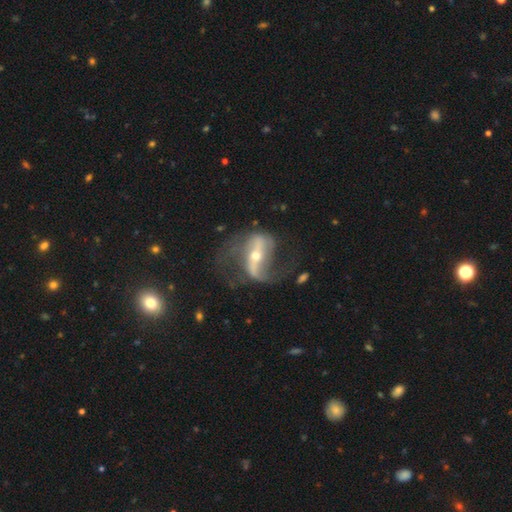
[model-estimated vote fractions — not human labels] This appears to be a featured or disk galaxy (87%) with a strong bar (58%), 2 (87%) loose (63%) spiral arms (92%) and a small central bulge (53%). Merging: none (55%).